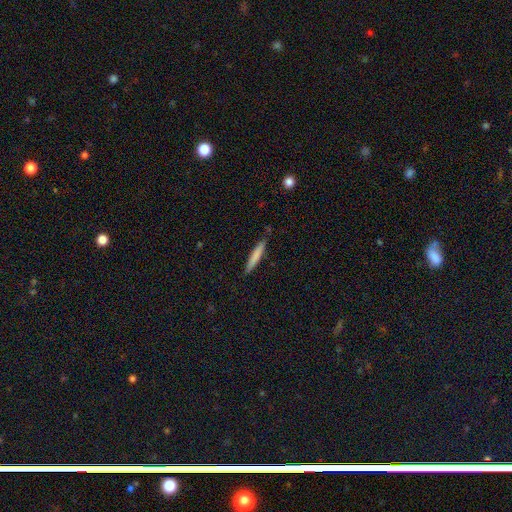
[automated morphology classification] A smooth galaxy with no disk features (76%) that is cigar-shaped (94%).

Vote fractions:
- Smooth or featured? smooth: 76% / featured or disk: 19% / star or artifact: 6%
- How rounded? cigar-shaped: 94% / in between: 5% / round: 1%
- Merging? none: 85% / minor disturbance: 11% / major disturbance: 2% / merger: 2%